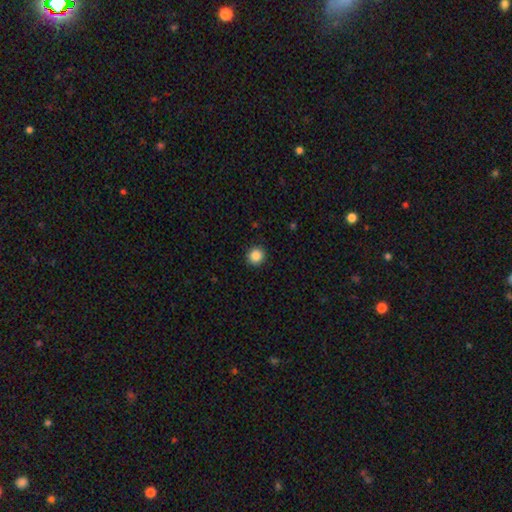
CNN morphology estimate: Q: Smooth or featured?
A: smooth (87%); runner-up: star or artifact (10%)
Q: How rounded?
A: round (91%); runner-up: in between (8%)
Q: Merging?
A: none (92%); runner-up: minor disturbance (5%)